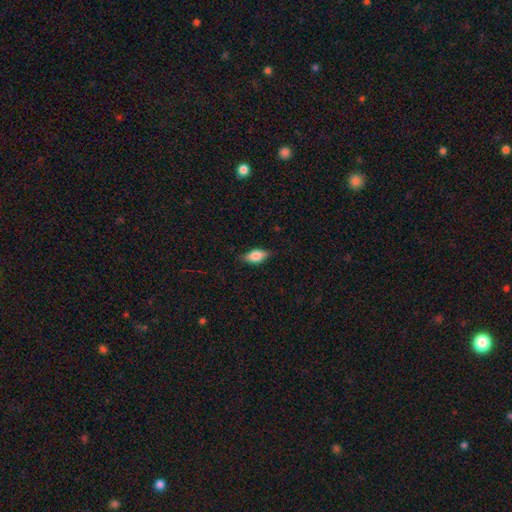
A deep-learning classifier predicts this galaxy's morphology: type=smooth (77%); roundness=in between (86%); merging=none (81%).